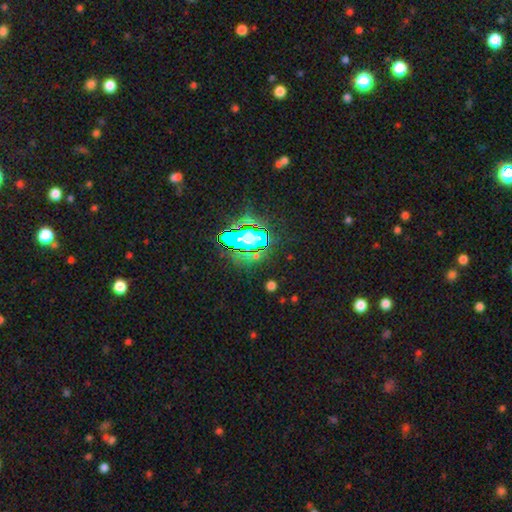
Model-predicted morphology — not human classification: A star or artifact, not a galaxy (58%).

Vote fractions:
- Smooth or featured? star or artifact: 58% / smooth: 28% / featured or disk: 14%